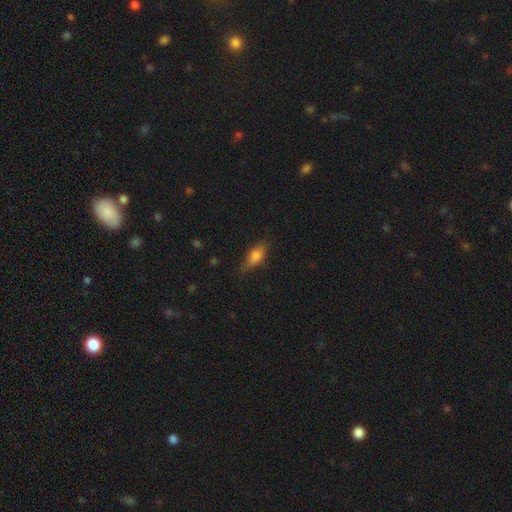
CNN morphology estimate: Smooth or featured? Predicted: smooth (p=0.69). How rounded? Predicted: in between (p=0.72). Merging? Predicted: none (p=0.76).